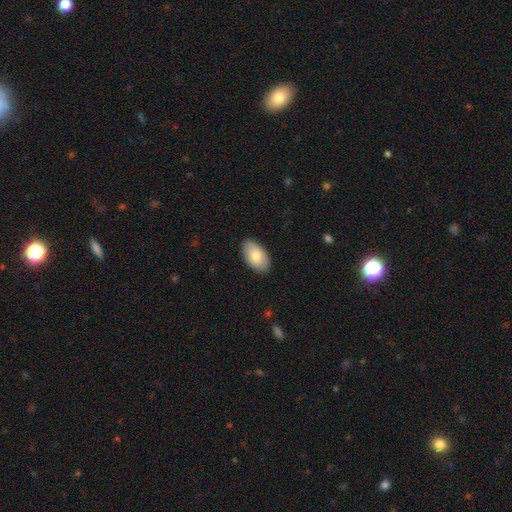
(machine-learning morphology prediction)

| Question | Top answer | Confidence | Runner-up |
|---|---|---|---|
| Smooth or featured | smooth | 80% | featured or disk (14%) |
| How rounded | in between | 95% | round (4%) |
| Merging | none | 88% | minor disturbance (10%) |